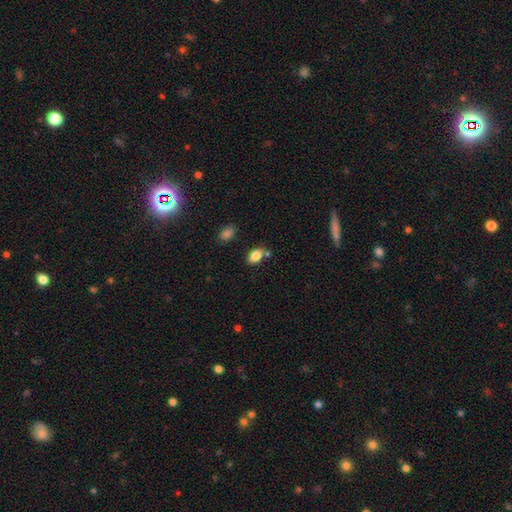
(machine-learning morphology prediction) A smooth galaxy with no disk features (84%) that is in between round and cigar-shaped (88%). Merging: none (69%).